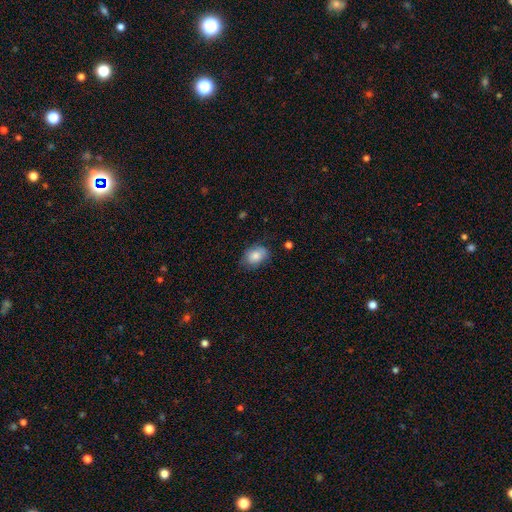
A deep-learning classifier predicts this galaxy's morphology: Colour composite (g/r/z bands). It shows a smooth galaxy with no disk features (83%) that is in between round and cigar-shaped (80%). Merging: none (73%).